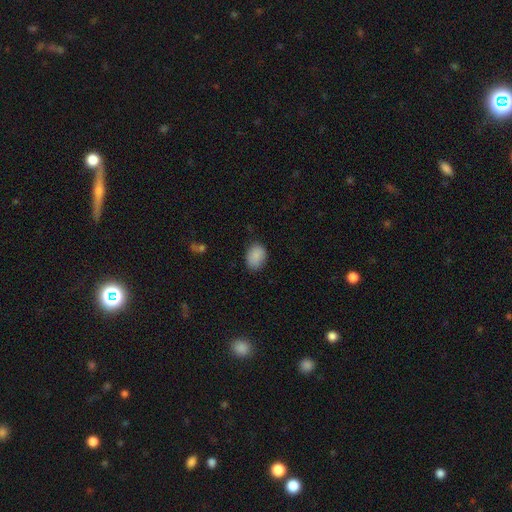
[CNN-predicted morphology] Smooth or featured? Predicted: smooth (p=0.88). How rounded? Predicted: in between (p=0.72). Merging? Predicted: none (p=0.81).